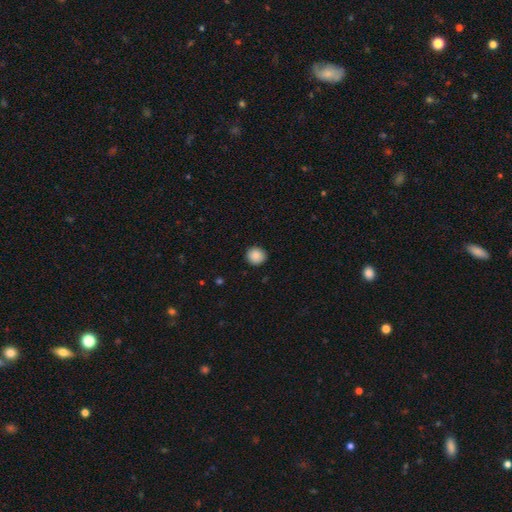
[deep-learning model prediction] This appears to be a smooth galaxy with no disk features (88%) that is round (91%). Merging: none (91%).